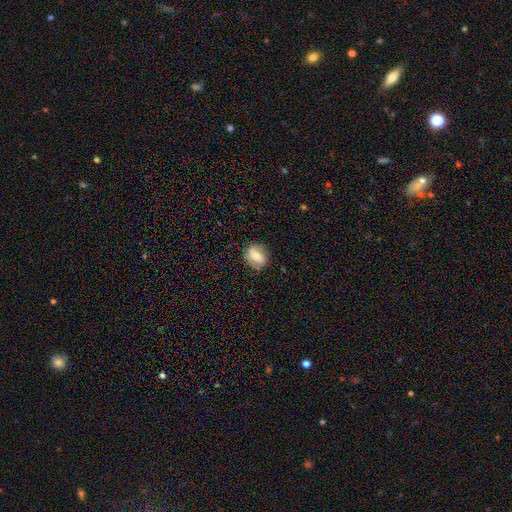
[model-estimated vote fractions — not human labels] Overall: smooth (67%). How rounded: round (54%; in between 44%). Merging: none (78%).